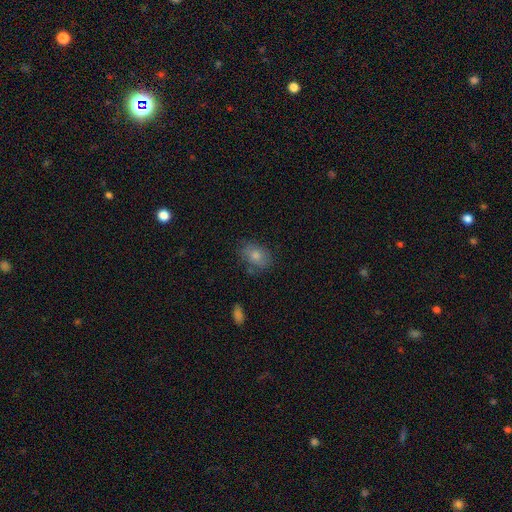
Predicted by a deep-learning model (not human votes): A smooth galaxy with no disk features (79%) that is in between round and cigar-shaped (74%).

Vote fractions:
- Smooth or featured? smooth: 79% / featured or disk: 12% / star or artifact: 9%
- How rounded? in between: 74% / round: 24% / cigar-shaped: 1%
- Merging? none: 70% / minor disturbance: 20% / major disturbance: 6% / merger: 4%